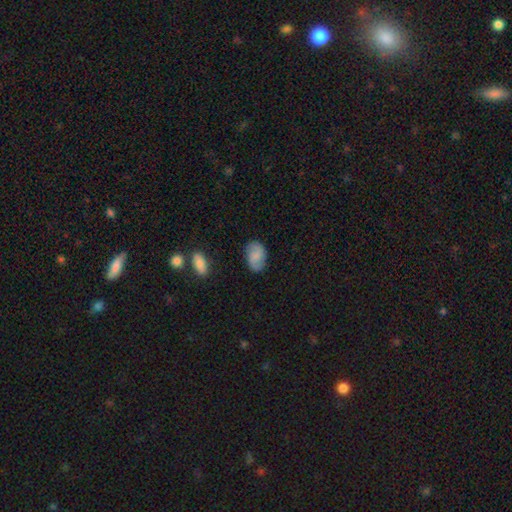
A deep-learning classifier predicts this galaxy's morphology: A smooth galaxy with no disk features (50%) that is in between round and cigar-shaped (87%). Merging: none (79%).